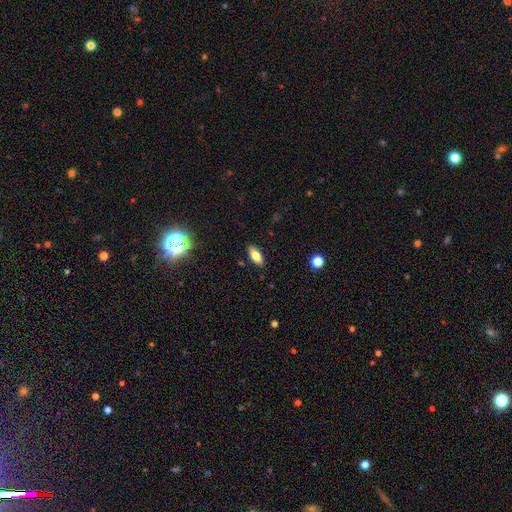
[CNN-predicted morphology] Smooth or featured? smooth (76%)
How rounded? in between (83%)
Merging? none (88%)